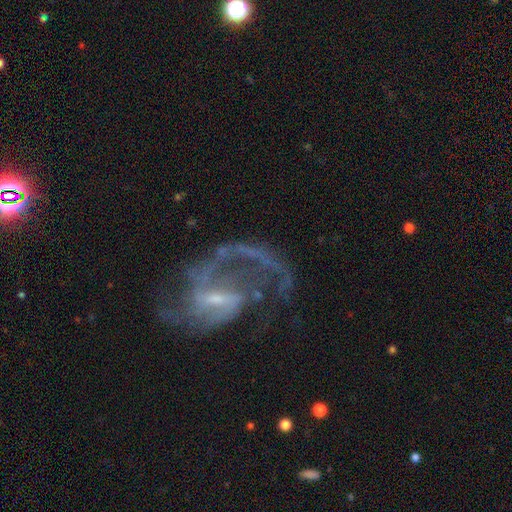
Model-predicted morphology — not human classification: A featured or disk galaxy (87%) with a weak bar (55%), 2 (60%) loose (44%, tied with medium) spiral arms (94%) and a small central bulge (65%).

Vote fractions:
- Smooth or featured? featured or disk: 87% / star or artifact: 8% / smooth: 5%
- Edge-on disk? no: 97% / yes: 3%
- Bar? weak: 55% / strong: 26% / no: 19%
- Spiral arms? yes: 94% / no: 6%
- Spiral winding? loose: 44% (tied) / medium: 44% (tied) / tight: 12%
- Spiral arm count? 2: 60% / 1: 20% / can't tell: 9% / 3: 5% / 4: 3% / more than 4: 3%
- Bulge size? small: 65% / moderate: 20% / none: 12% / large: 2% / dominant: 1%
- Merging? none: 49% / major disturbance: 31% / minor disturbance: 16% / merger: 4%